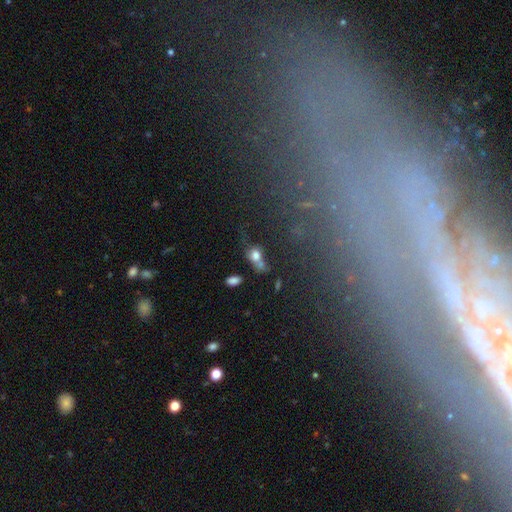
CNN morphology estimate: type=smooth (72%); roundness=in between (57%); merging=merger (43%).